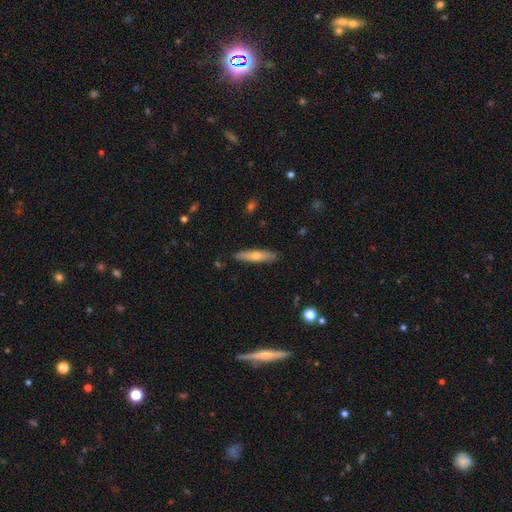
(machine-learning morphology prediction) Q: Smooth or featured?
A: smooth (56%); runner-up: featured or disk (38%)
Q: How rounded?
A: cigar-shaped (85%); runner-up: in between (14%)
Q: Merging?
A: none (88%); runner-up: minor disturbance (9%)